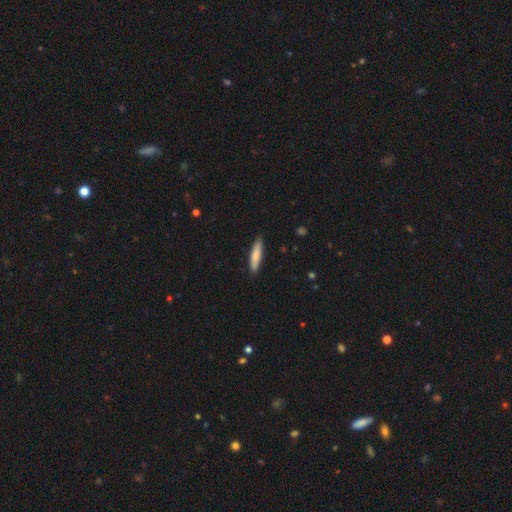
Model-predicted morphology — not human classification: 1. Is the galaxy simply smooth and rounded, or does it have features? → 78% smooth, 16% featured or disk, 5% star or artifact.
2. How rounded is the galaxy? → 81% cigar-shaped, 18% in between, 1% round.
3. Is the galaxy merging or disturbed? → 87% none, 10% minor disturbance, 2% major disturbance, 1% merger.